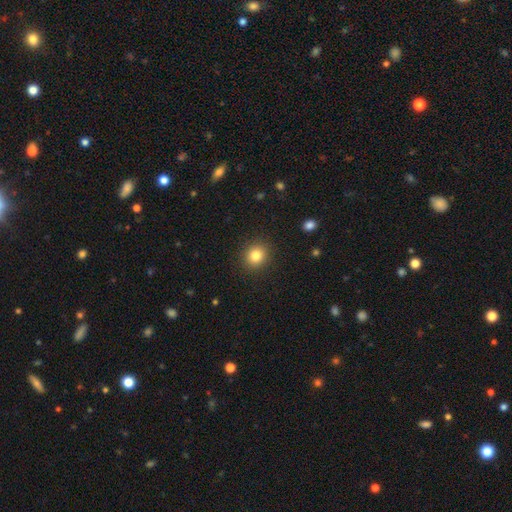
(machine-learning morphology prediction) Overall: smooth (82%). How rounded: round (83%). Merging: none (91%).